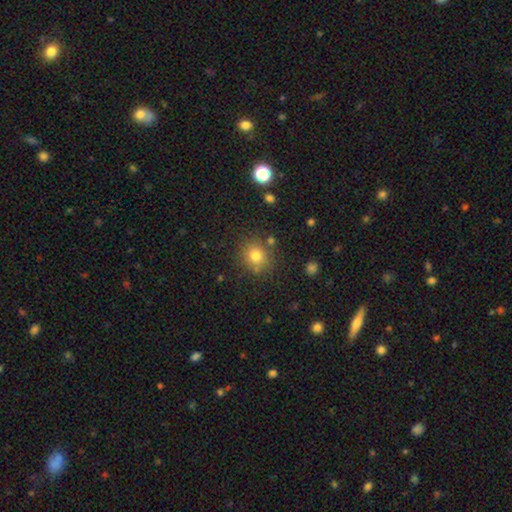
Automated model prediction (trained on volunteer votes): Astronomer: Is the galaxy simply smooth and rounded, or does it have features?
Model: smooth — 77%.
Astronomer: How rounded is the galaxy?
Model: round — 86%.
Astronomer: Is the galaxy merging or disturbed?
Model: none — 80%.